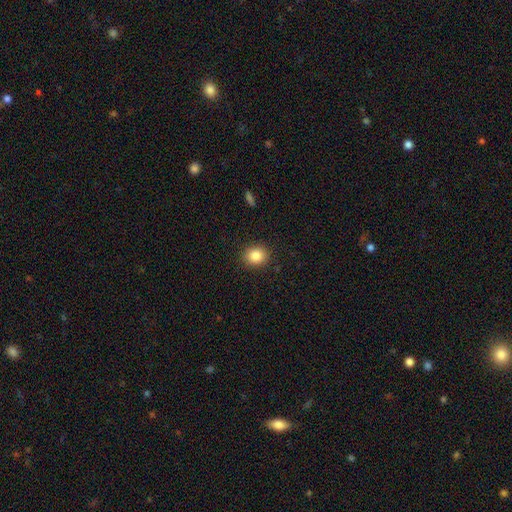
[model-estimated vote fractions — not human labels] Morphology: type=smooth (85%); roundness=round (68%); merging=none (90%).